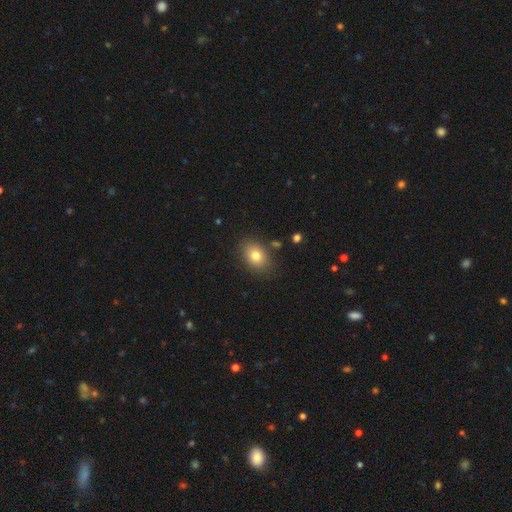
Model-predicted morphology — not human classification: Smooth or featured? Predicted: smooth (p=0.79). How rounded? Predicted: in between (p=0.73). Merging? Predicted: none (p=0.82).